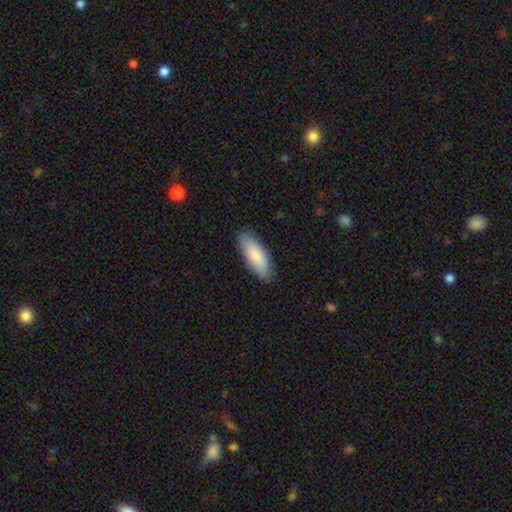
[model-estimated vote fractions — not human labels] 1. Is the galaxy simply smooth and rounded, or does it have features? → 84% smooth, 11% featured or disk, 5% star or artifact.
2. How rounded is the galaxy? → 71% in between, 27% cigar-shaped, 2% round.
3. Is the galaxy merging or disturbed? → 86% none, 10% minor disturbance, 2% major disturbance, 1% merger.